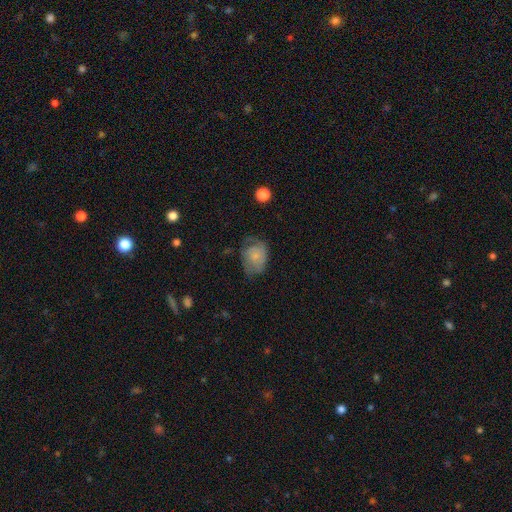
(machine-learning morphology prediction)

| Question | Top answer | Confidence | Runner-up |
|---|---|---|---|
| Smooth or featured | smooth | 59% | featured or disk (33%) |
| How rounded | in between | 66% | round (33%) |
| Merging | none | 39% | minor disturbance (33%) |